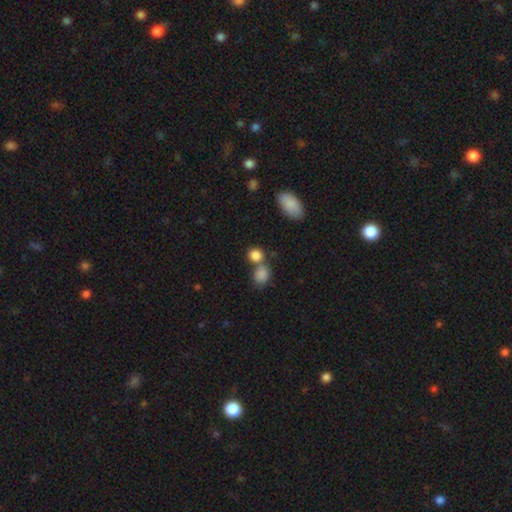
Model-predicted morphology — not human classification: smooth-or-featured: smooth: 85% | star or artifact: 10% | featured or disk: 6%
  how-rounded: round: 73% | in between: 26% | cigar-shaped: 2%
  merging: none: 51% | merger: 36% | minor disturbance: 9% | major disturbance: 4%